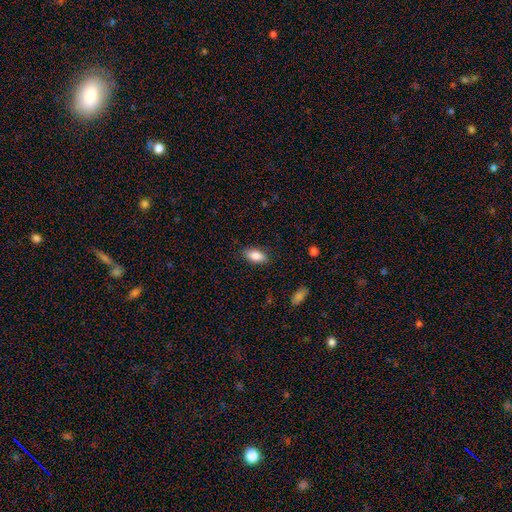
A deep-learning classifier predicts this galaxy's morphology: A smooth galaxy with no disk features (85%) that is in between round and cigar-shaped (89%).

Vote fractions:
- Smooth or featured? smooth: 85% / featured or disk: 7% / star or artifact: 7%
- How rounded? in between: 89% / cigar-shaped: 8% / round: 3%
- Merging? none: 84% / minor disturbance: 12% / major disturbance: 3% / merger: 1%